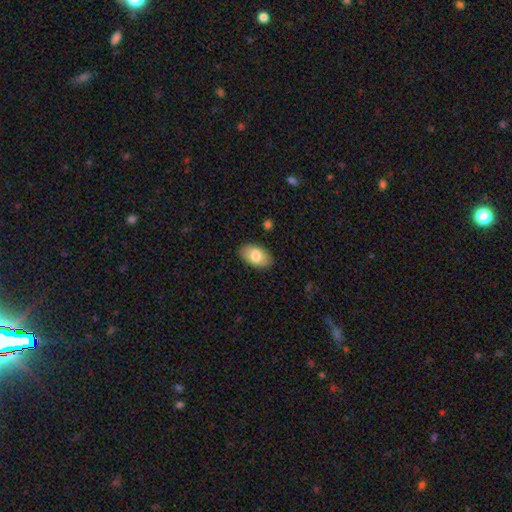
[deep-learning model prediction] This is clearly a smooth galaxy (80%). How rounded: clearly in between (93%). Merging: clearly none (88%).